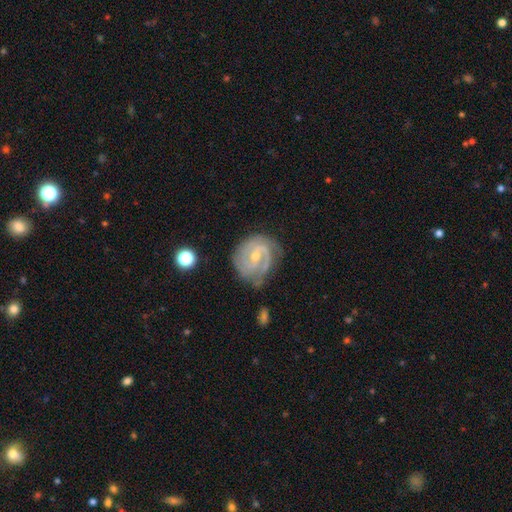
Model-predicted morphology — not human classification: This appears to be a featured or disk galaxy (89%) with a weak bar (45%), 2 (51%) tight (63%) spiral arms (98%) and a small central bulge (56%). Merging: none (69%).